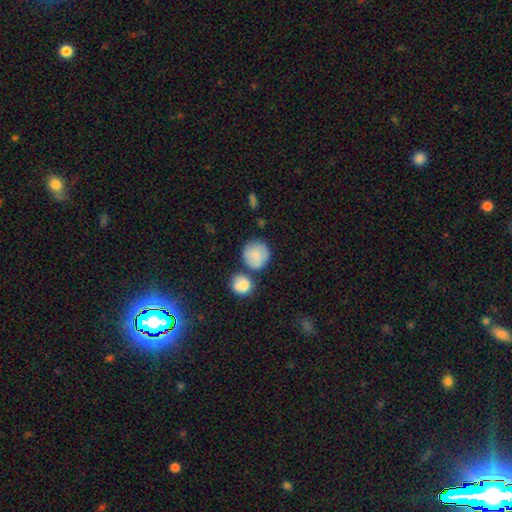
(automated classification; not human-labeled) Morphology: type=smooth (80%); roundness=round (90%); merging=none (60%).